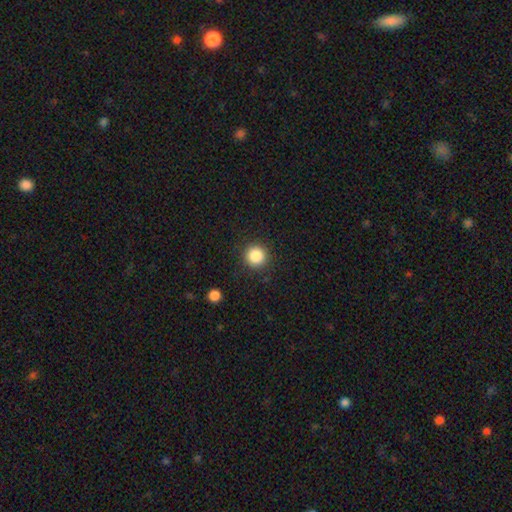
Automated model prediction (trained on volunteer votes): A smooth galaxy with no disk features (86%) that is round (95%).

Vote fractions:
- Smooth or featured? smooth: 86% / star or artifact: 10% / featured or disk: 4%
- How rounded? round: 95% / in between: 4% / cigar-shaped: 1%
- Merging? none: 91% / minor disturbance: 6% / major disturbance: 2% / merger: 1%